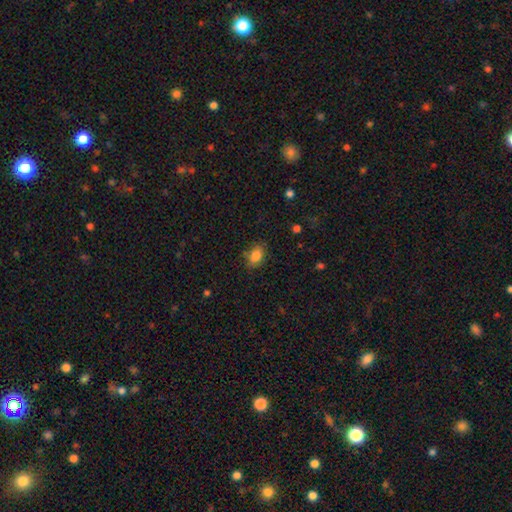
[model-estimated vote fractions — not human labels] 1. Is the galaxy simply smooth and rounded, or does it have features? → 83% smooth, 10% star or artifact, 7% featured or disk.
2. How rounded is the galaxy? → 77% in between, 21% round, 2% cigar-shaped.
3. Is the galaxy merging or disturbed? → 80% none, 15% minor disturbance, 3% major disturbance, 2% merger.